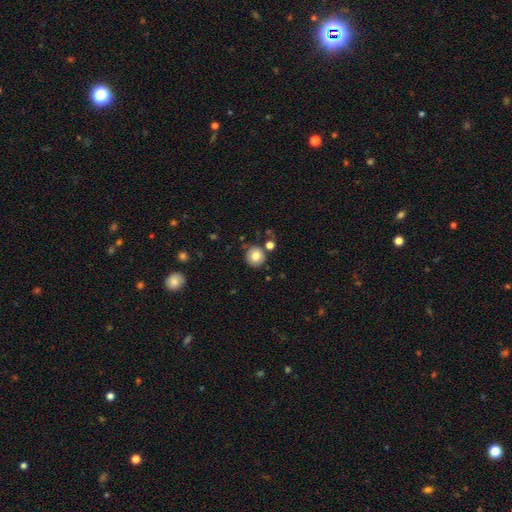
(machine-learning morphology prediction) The model was most divided on "merging": none: 79%, minor disturbance: 11%, merger: 7%, major disturbance: 3%. More confident: how rounded — round (90%); smooth or featured — smooth (80%).